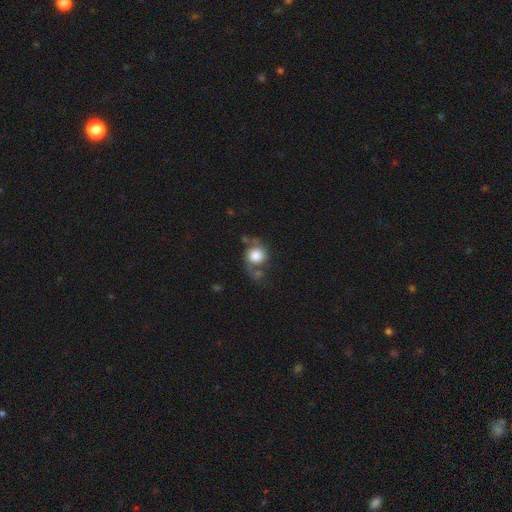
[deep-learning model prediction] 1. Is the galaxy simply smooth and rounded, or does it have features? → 60% smooth, 31% featured or disk, 9% star or artifact.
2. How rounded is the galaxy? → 81% round, 18% in between, 1% cigar-shaped.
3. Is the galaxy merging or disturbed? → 44% none, 24% minor disturbance, 19% major disturbance, 13% merger.